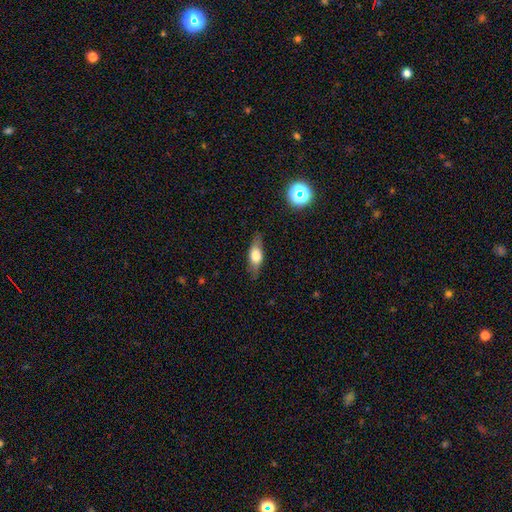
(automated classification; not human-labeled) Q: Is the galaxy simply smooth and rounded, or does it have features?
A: smooth — 57%.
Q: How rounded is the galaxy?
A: in between — 62%.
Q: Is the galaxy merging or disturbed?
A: none — 82%.